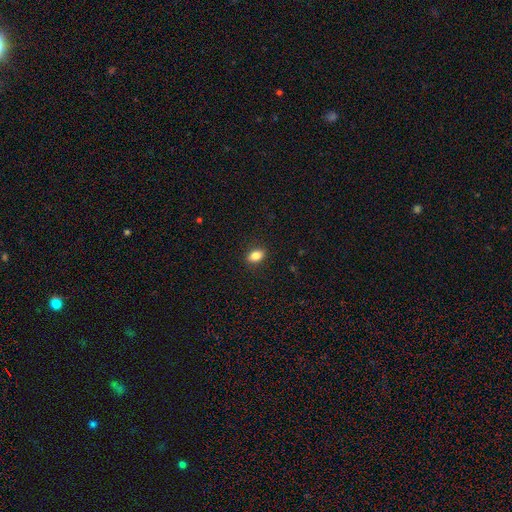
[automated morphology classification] type=smooth (85%); roundness=in between (84%); merging=none (89%).